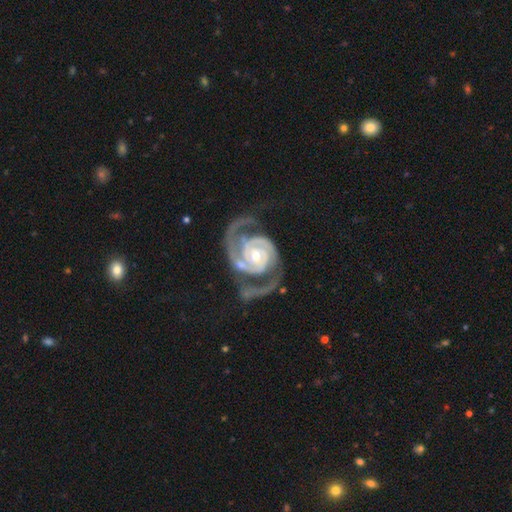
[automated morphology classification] A featured or disk galaxy (94%) with no bar (57%), 2 (87%) tight (54%) spiral arms (99%) and a moderate central bulge (57%).

Vote fractions:
- Smooth or featured? featured or disk: 94% / star or artifact: 3% / smooth: 3%
- Edge-on disk? no: 98% / yes: 2%
- Bar? no: 57% / weak: 30% / strong: 13%
- Spiral arms? yes: 99% / no: 1%
- Spiral winding? tight: 54% / medium: 38% / loose: 8%
- Spiral arm count? 2: 87% / 3: 6% / can't tell: 3% / 1: 2% / 4: 2% / more than 4: 2%
- Bulge size? moderate: 57% / small: 38% / large: 3% / none: 1% / dominant: 1%
- Merging? none: 61% / minor disturbance: 19% / major disturbance: 16% / merger: 4%